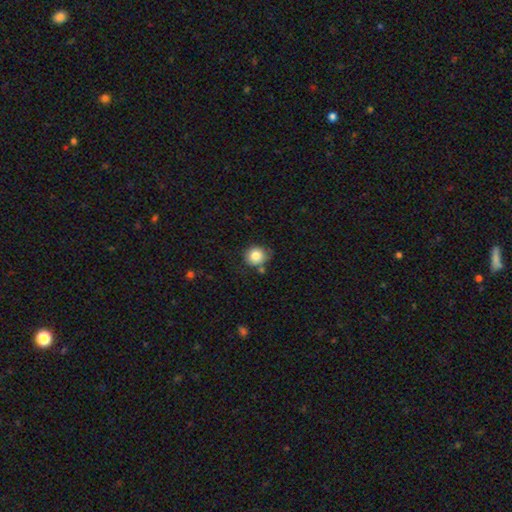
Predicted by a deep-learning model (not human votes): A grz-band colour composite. It shows a smooth galaxy with no disk features (83%) that is round (87%). Merging: none (67%).